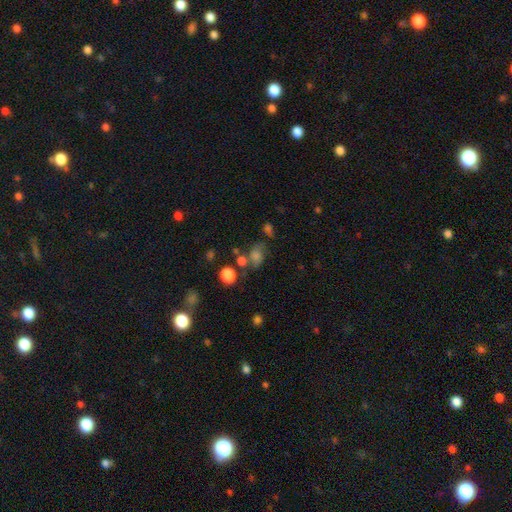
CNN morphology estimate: type=smooth (48%); merging=none (54%).